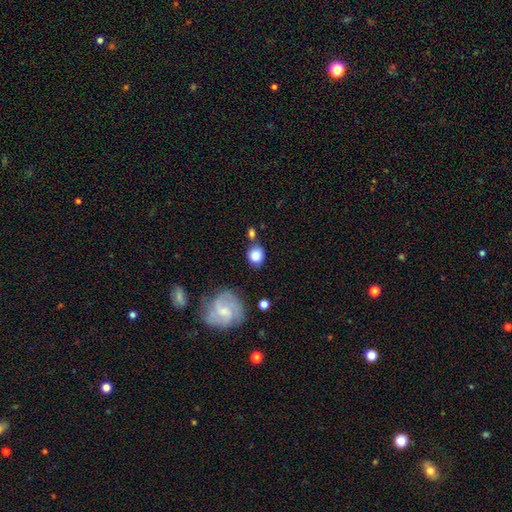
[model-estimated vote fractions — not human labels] This is clearly a smooth galaxy (81%). How rounded: likely round (68%). Merging: likely none (65%).